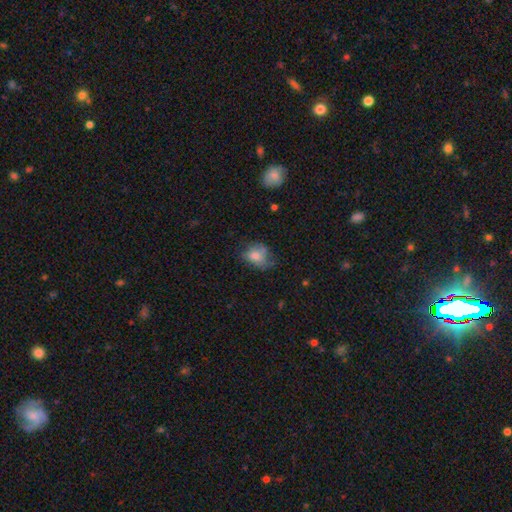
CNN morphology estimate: Smooth or featured?
  - smooth: 69% *
  - featured or disk: 20%
  - star or artifact: 11%
How rounded?
  - in between: 56% *
  - round: 43%
  - cigar-shaped: 1%
Merging?
  - none: 45% *
  - minor disturbance: 32%
  - major disturbance: 20%
  - merger: 3%